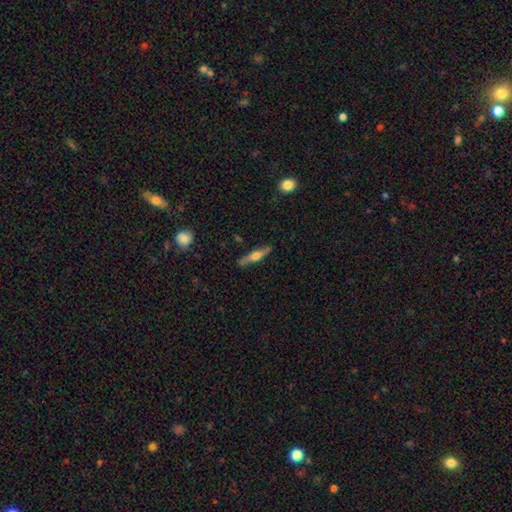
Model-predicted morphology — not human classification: A featured or disk galaxy (54%) viewed edge-on (91%). Merging: none (85%).